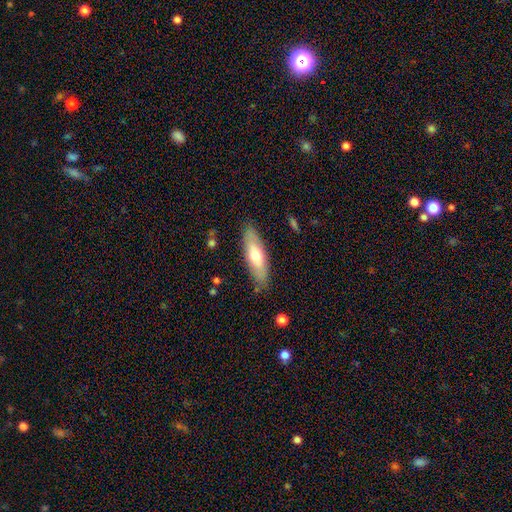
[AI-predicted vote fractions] This is possibly a smooth galaxy (59%). How rounded: possibly in between (51%). Merging: clearly none (85%).